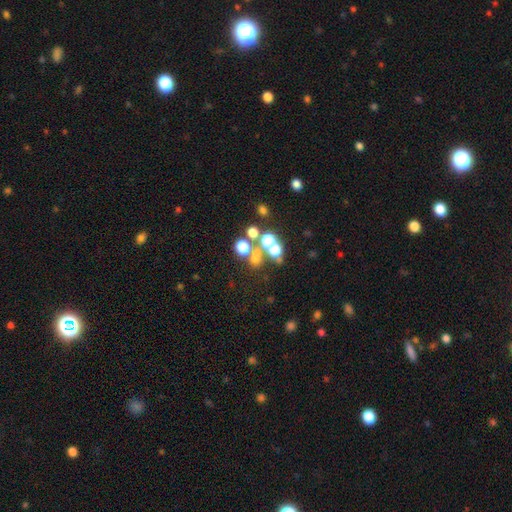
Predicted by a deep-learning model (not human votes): Smooth or featured: smooth — 52% (star or artifact — 29%)
How rounded: round — 71% (in between — 27%)
Merging: none — 43% (merger — 41%)